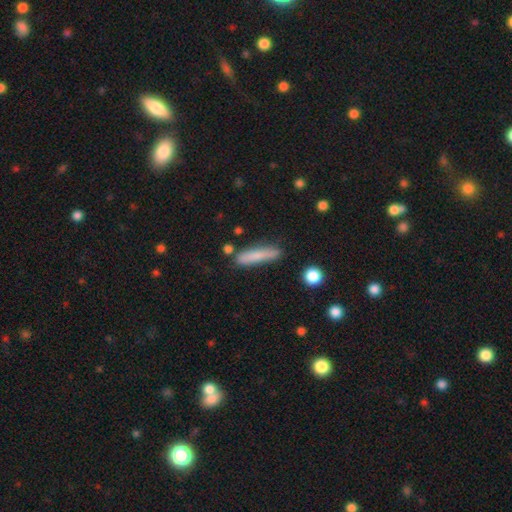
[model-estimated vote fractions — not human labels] Overall: smooth (76%). How rounded: cigar-shaped (85%). Merging: none (74%).